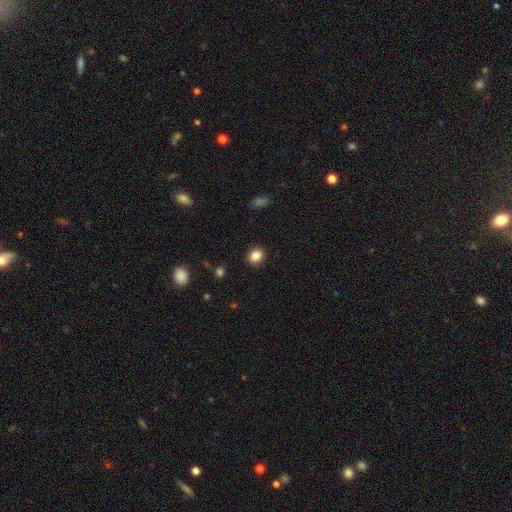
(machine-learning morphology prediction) type=smooth (86%); roundness=round (71%); merging=none (90%).